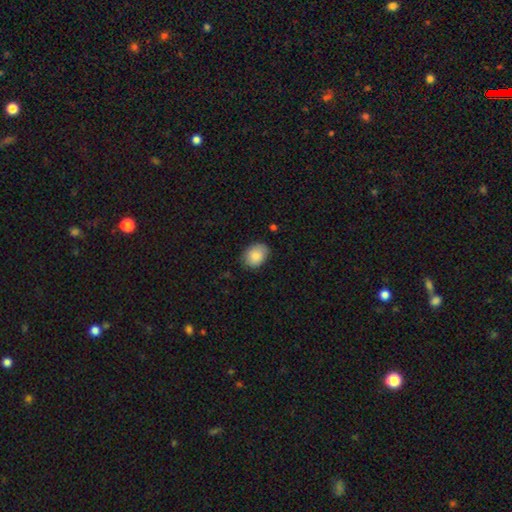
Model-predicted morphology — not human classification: This appears to be a smooth galaxy with no disk features (87%) that is in between round and cigar-shaped (70%). Merging: none (80%).